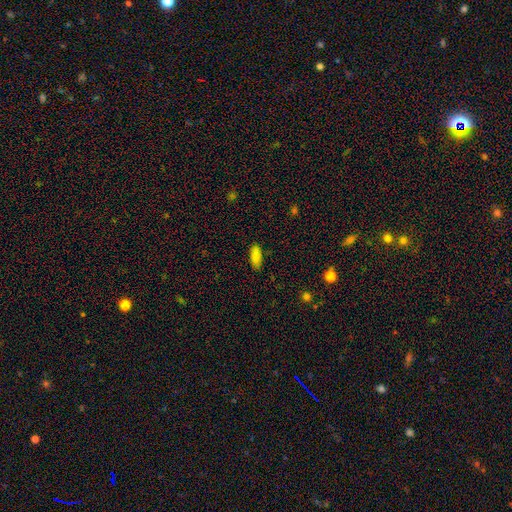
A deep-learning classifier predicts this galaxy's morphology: This is clearly a smooth galaxy (86%). How rounded: likely in between (76%). Merging: clearly none (86%).